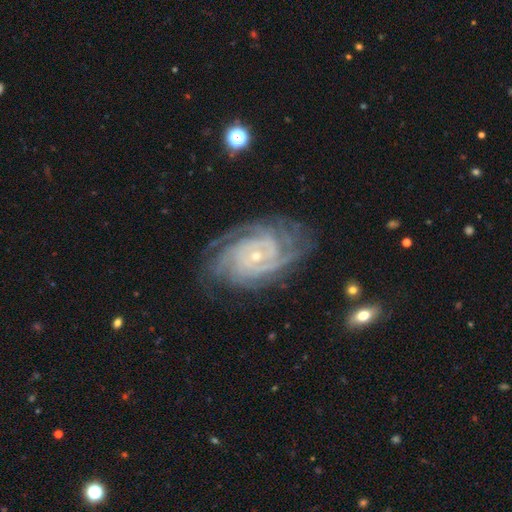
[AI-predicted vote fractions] A featured or disk galaxy (90%) with no bar (71%), 4 (23%) tight (76%) spiral arms (98%) and a small central bulge (77%).

Vote fractions:
- Smooth or featured? featured or disk: 90% / star or artifact: 6% / smooth: 4%
- Edge-on disk? no: 96% / yes: 4%
- Bar? no: 71% / weak: 22% / strong: 8%
- Spiral arms? yes: 98% / no: 2%
- Spiral winding? tight: 76% / medium: 21% / loose: 3%
- Spiral arm count? 4: 23% / can't tell: 21% / 3: 20% / 2: 16% / more than 4: 12% / 1: 7%
- Bulge size? small: 77% / moderate: 20% / none: 1% / large: 1% / dominant: 1%
- Merging? none: 75% / minor disturbance: 17% / major disturbance: 7% / merger: 2%